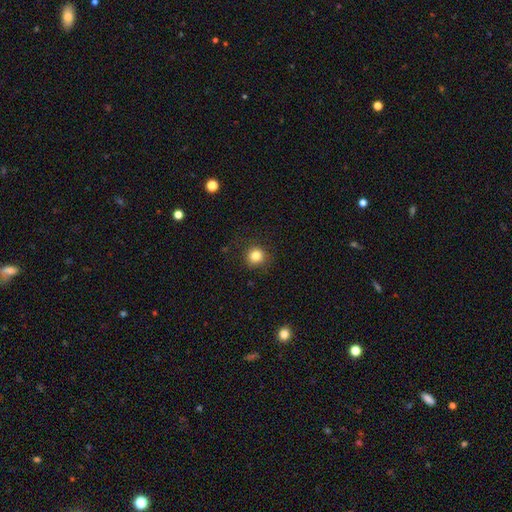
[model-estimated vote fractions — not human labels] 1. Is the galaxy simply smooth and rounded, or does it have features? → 83% smooth, 12% star or artifact, 5% featured or disk.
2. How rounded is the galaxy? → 93% round, 6% in between, 1% cigar-shaped.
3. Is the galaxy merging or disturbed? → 88% none, 8% minor disturbance, 3% major disturbance, 1% merger.